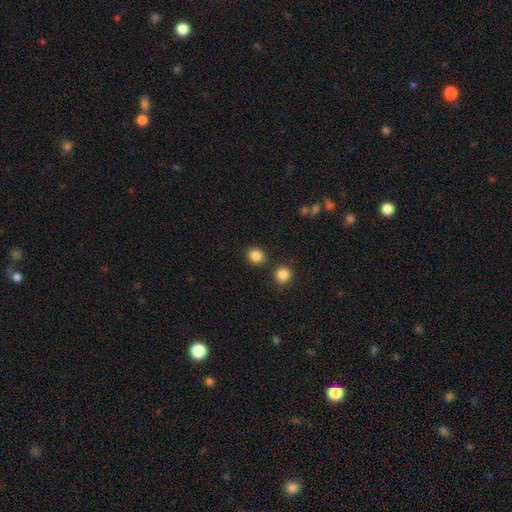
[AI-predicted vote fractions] A smooth galaxy with no disk features (86%) that is round (77%).

Vote fractions:
- Smooth or featured? smooth: 86% / star or artifact: 10% / featured or disk: 4%
- How rounded? round: 77% / in between: 22% / cigar-shaped: 1%
- Merging? none: 83% / minor disturbance: 8% / merger: 7% / major disturbance: 3%